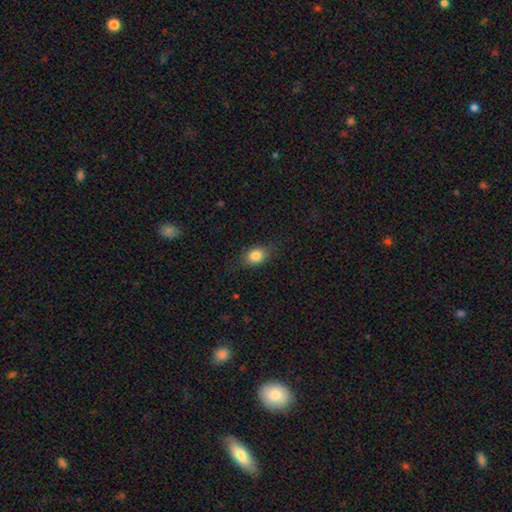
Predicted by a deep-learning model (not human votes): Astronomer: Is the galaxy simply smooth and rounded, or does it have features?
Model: smooth — 82%.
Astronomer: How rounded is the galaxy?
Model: in between — 64%.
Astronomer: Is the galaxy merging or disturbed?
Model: none — 79%.